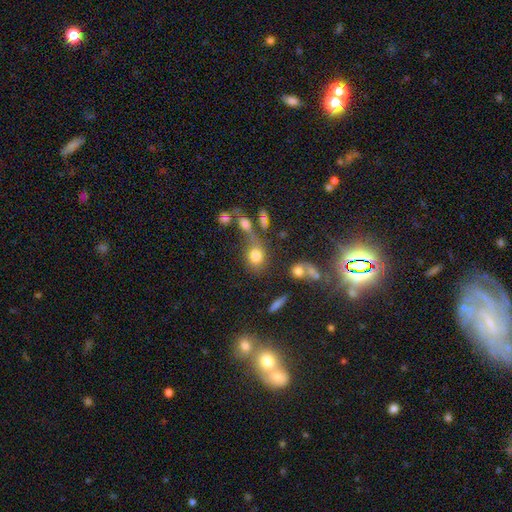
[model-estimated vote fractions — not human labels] A smooth galaxy with no disk features (76%) that is round (49%).

Vote fractions:
- Smooth or featured? smooth: 76% / star or artifact: 13% / featured or disk: 12%
- How rounded? round: 49% / in between: 48% / cigar-shaped: 3%
- Merging? none: 45% / merger: 29% / minor disturbance: 15% / major disturbance: 11%